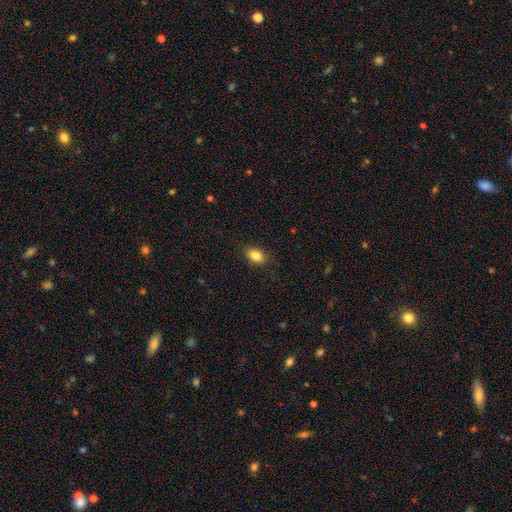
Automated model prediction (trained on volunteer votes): smooth-or-featured: smooth: 84% | star or artifact: 8% | featured or disk: 7%
  how-rounded: in between: 85% | round: 13% | cigar-shaped: 2%
  merging: none: 86% | minor disturbance: 10% | major disturbance: 3% | merger: 1%